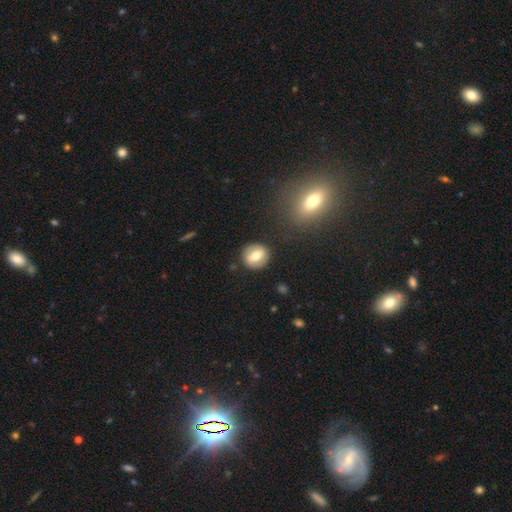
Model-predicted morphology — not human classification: Overall: smooth (61%; featured or disk 31%). How rounded: round (78%). Merging: none (85%).